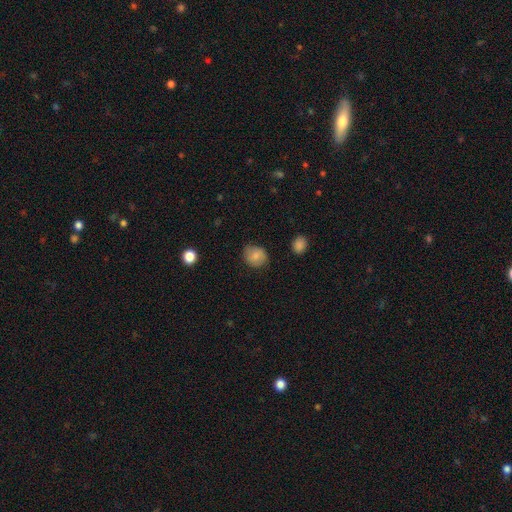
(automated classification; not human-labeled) smooth 81%, featured or disk 11%, star or artifact 8%. Down the decision tree: how rounded — round (72%); merging — none (79%).